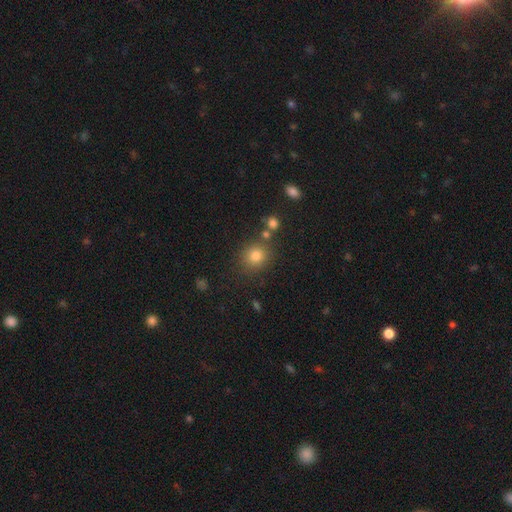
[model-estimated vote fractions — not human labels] This appears to be a smooth galaxy with no disk features (80%) that is round (81%). Merging: none (77%).